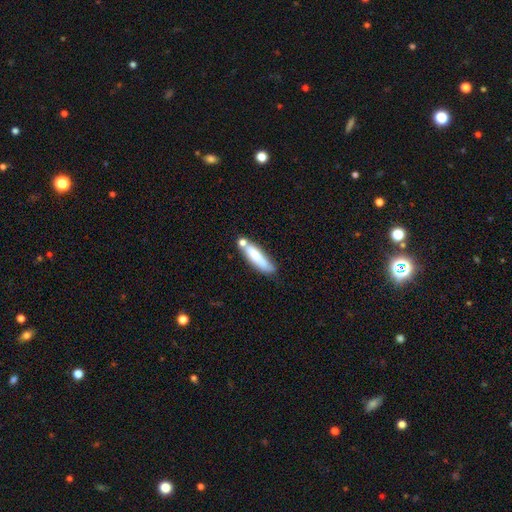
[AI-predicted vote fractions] A smooth galaxy with no disk features (69%) that is cigar-shaped (71%). Merging: none (51%).